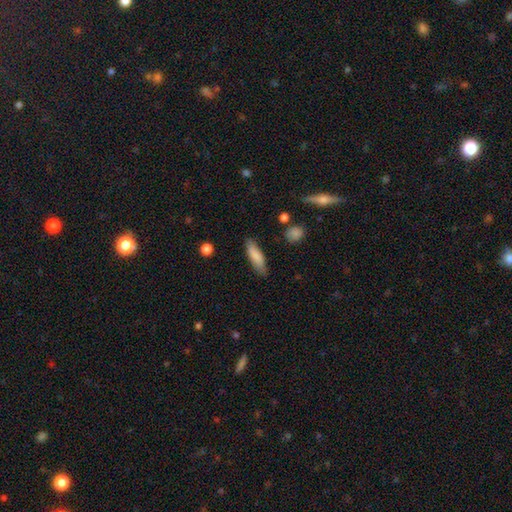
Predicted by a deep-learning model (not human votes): The model was most divided on "how rounded": cigar-shaped: 54%, in between: 44%, round: 2%. More confident: smooth or featured — smooth (83%); merging — none (80%).